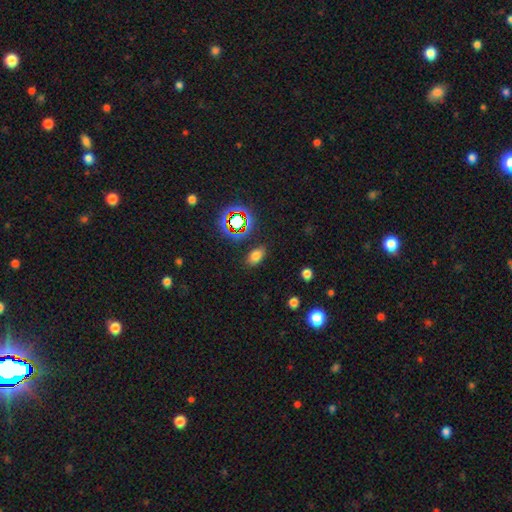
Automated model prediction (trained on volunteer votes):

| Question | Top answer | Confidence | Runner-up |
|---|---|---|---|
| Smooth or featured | smooth | 72% | star or artifact (20%) |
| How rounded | in between | 88% | round (10%) |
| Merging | none | 84% | minor disturbance (10%) |